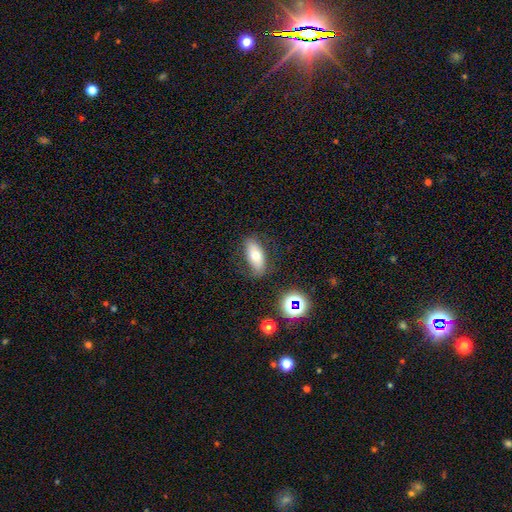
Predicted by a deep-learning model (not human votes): This is likely a smooth galaxy (68%). How rounded: clearly in between (81%). Merging: likely none (75%).